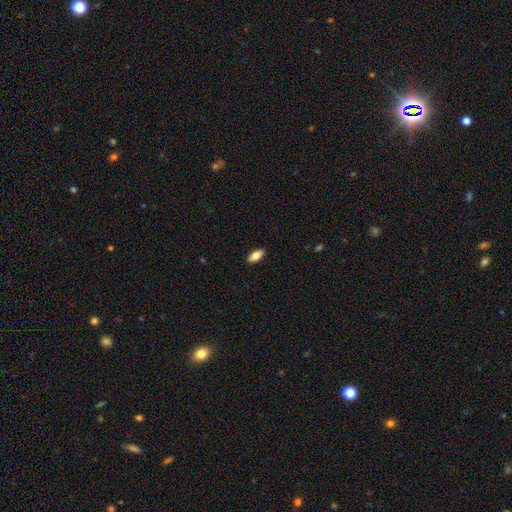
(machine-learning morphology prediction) The model was most divided on "smooth or featured": smooth: 80%, featured or disk: 13%, star or artifact: 7%. More confident: merging — none (89%); how rounded — in between (85%).